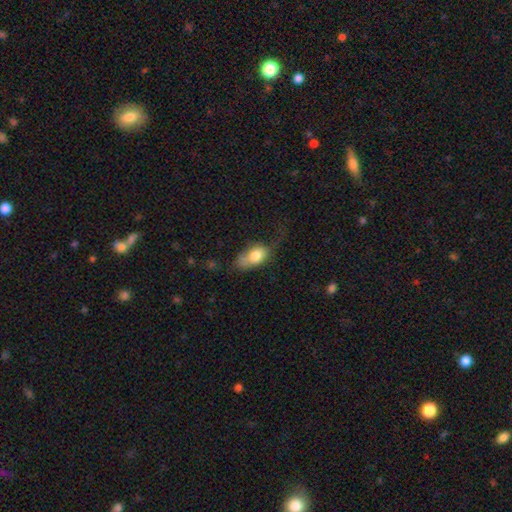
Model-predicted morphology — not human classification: Smooth or featured: smooth — 77% (featured or disk — 16%)
How rounded: in between — 85% (round — 11%)
Merging: major disturbance — 32% (minor disturbance — 31%)